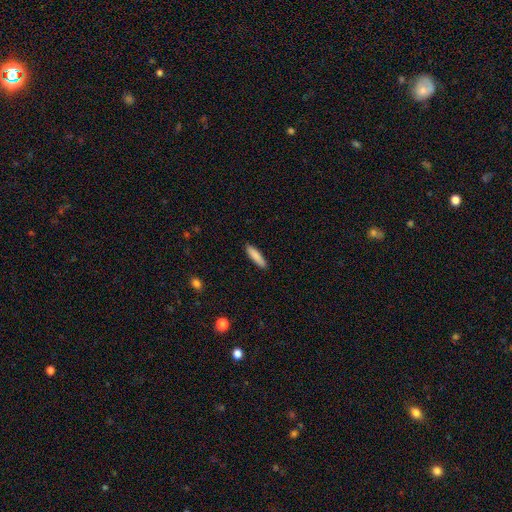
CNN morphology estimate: Q: Smooth or featured?
A: smooth (86%); runner-up: featured or disk (8%)
Q: How rounded?
A: cigar-shaped (74%); runner-up: in between (24%)
Q: Merging?
A: none (89%); runner-up: minor disturbance (8%)